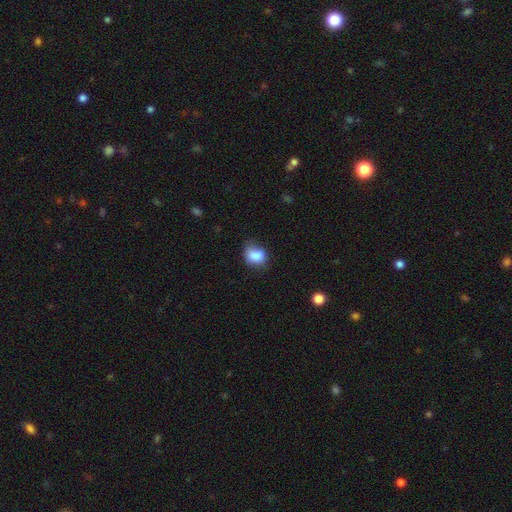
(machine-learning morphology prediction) Smooth or featured: smooth — 83% (star or artifact — 9%)
How rounded: in between — 55% (round — 44%)
Merging: none — 53% (minor disturbance — 34%)